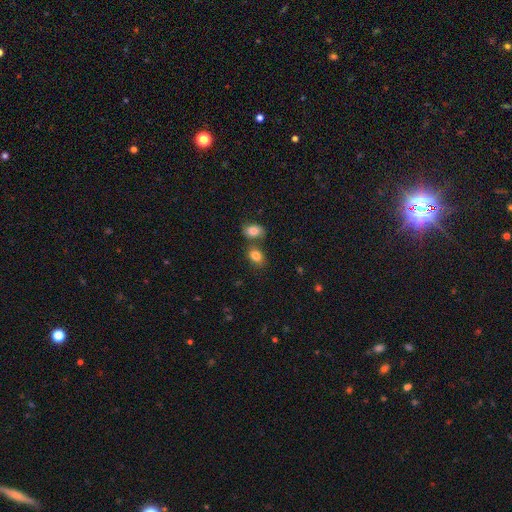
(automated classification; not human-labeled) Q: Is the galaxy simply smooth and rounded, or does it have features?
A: smooth — 82%.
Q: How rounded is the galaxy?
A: in between — 73%.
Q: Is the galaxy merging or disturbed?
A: none — 57%.